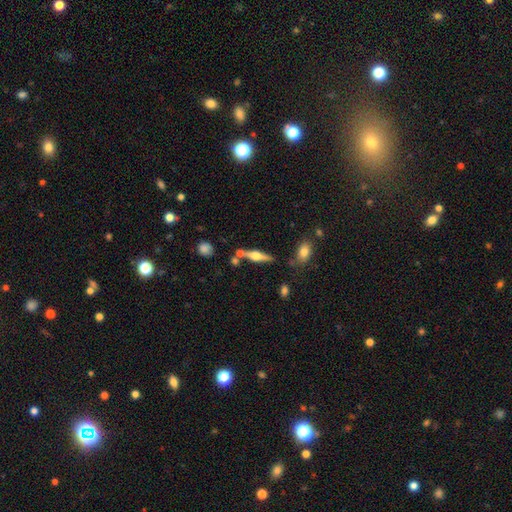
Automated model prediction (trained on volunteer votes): Smooth or featured? Predicted: featured or disk (p=0.64). Edge-on disk? Predicted: yes (p=0.95). Edge-on bulge? Predicted: rounded (p=0.93). Merging? Predicted: none (p=0.71).